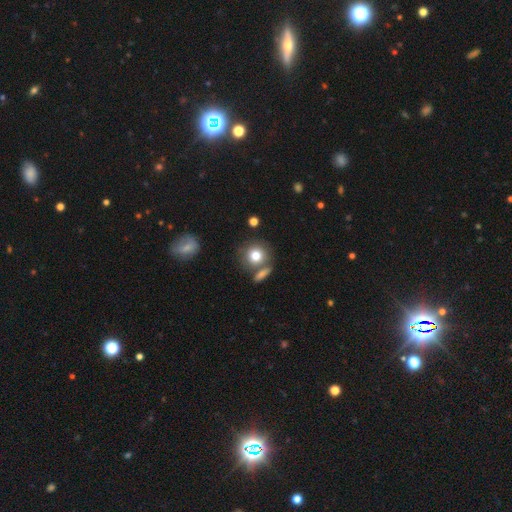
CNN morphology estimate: smooth-or-featured: smooth: 77% | featured or disk: 13% | star or artifact: 10%
  how-rounded: round: 85% | in between: 14% | cigar-shaped: 1%
  merging: none: 65% | merger: 19% | minor disturbance: 11% | major disturbance: 4%